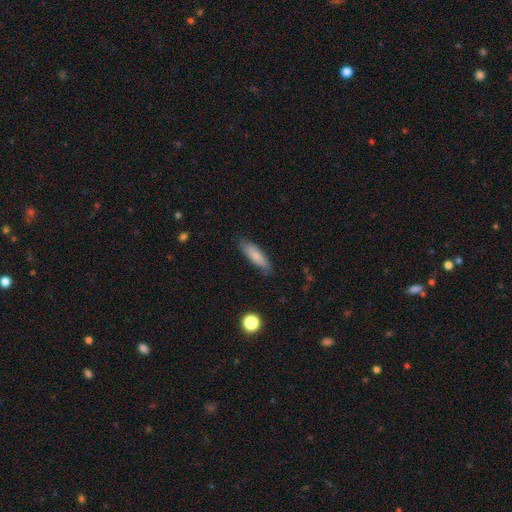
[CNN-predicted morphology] This appears to be a smooth galaxy with no disk features (80%) that is cigar-shaped (55%). Merging: none (81%).